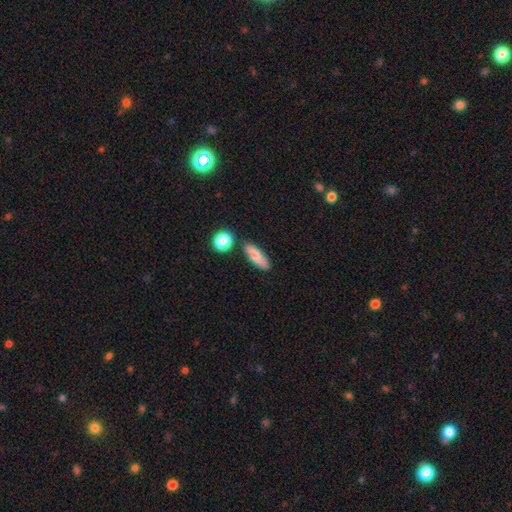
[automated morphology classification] smooth-or-featured: smooth: 83% | featured or disk: 10% | star or artifact: 7%
  how-rounded: in between: 56% | cigar-shaped: 39% | round: 5%
  merging: none: 78% | minor disturbance: 12% | merger: 7% | major disturbance: 3%